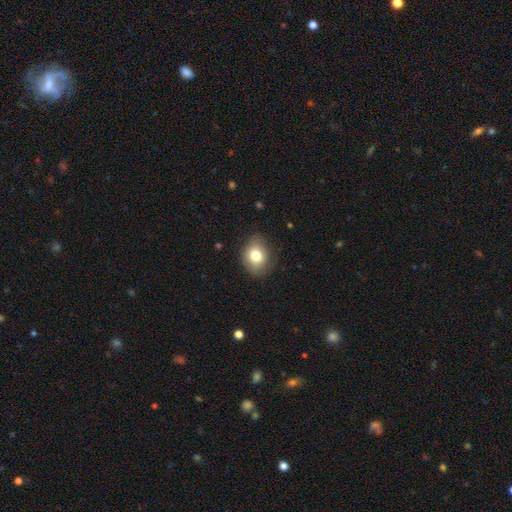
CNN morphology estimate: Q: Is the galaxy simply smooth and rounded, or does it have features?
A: smooth — 77%.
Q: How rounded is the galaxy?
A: round — 50%.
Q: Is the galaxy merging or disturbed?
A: none — 78%.